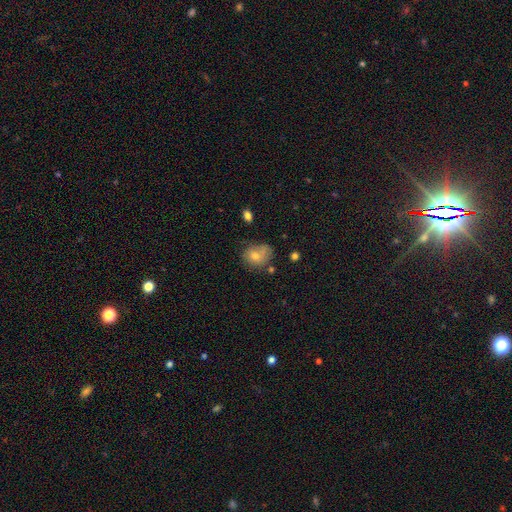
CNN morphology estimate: smooth 62%, featured or disk 24%, star or artifact 14%. Down the decision tree: how rounded — round (60%); merging — none (54%).